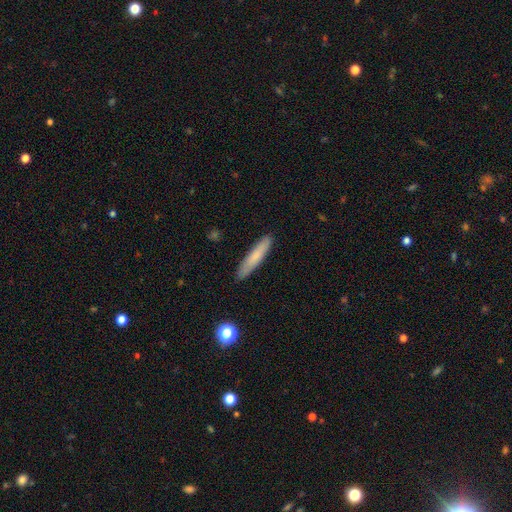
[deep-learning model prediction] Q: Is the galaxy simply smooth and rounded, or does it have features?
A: smooth — 74%.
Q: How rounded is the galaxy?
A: cigar-shaped — 90%.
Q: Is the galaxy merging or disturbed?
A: none — 89%.